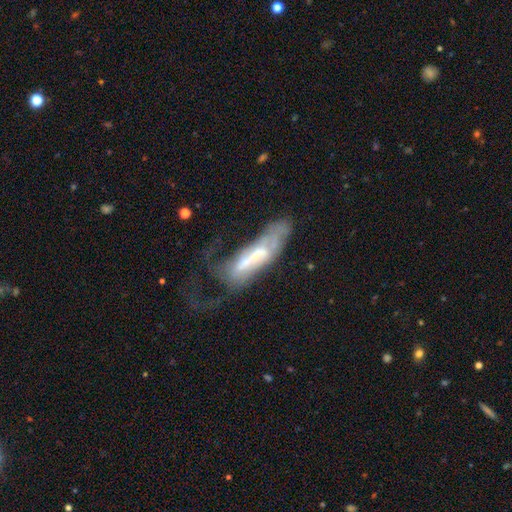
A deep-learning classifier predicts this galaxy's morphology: This is possibly a featured or disk galaxy (58%). It is likely not viewed edge-on (74%). Merging: possibly major disturbance (49%).